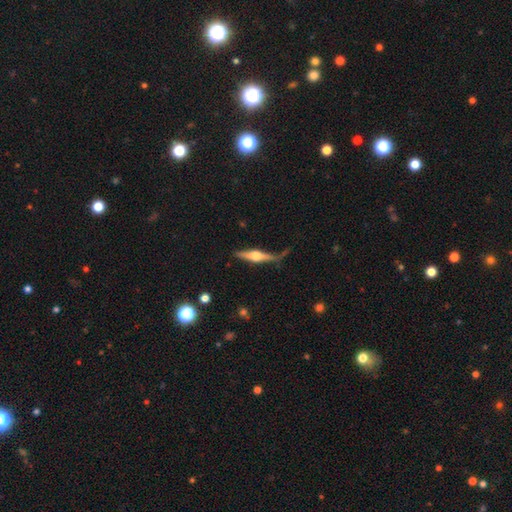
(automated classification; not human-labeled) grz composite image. It shows a featured or disk galaxy (70%) viewed edge-on (96%) with a rounded central bulge (93%). Merging: none (71%).